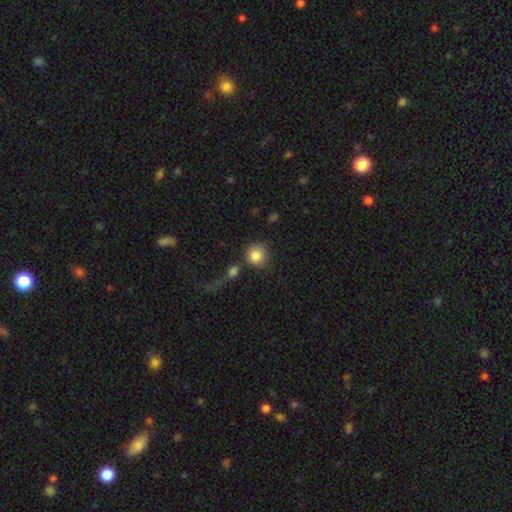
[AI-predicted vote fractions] Overall: smooth (84%). How rounded: round (90%). Merging: none (51%; merger 23%).